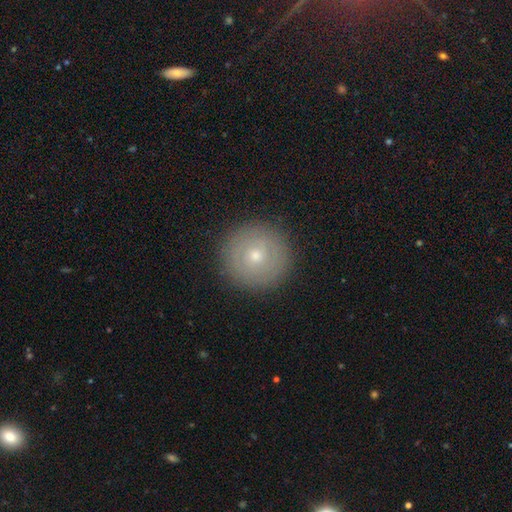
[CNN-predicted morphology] Smooth or featured?
  - smooth: 50% *
  - featured or disk: 40%
  - star or artifact: 10%
How rounded?
  - round: 95% *
  - in between: 4%
  - cigar-shaped: 1%
Merging?
  - none: 89% *
  - minor disturbance: 7%
  - major disturbance: 2%
  - merger: 1%